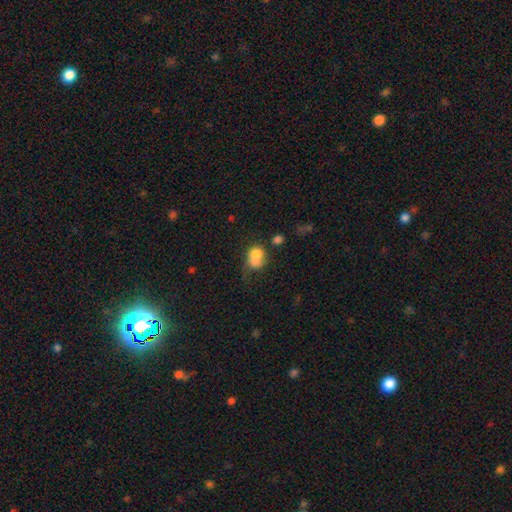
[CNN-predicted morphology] A smooth galaxy with no disk features (72%) that is round (51%).

Vote fractions:
- Smooth or featured? smooth: 72% / featured or disk: 17% / star or artifact: 11%
- How rounded? round: 51% / in between: 48% / cigar-shaped: 1%
- Merging? merger: 57% / none: 22% / minor disturbance: 12% / major disturbance: 10%